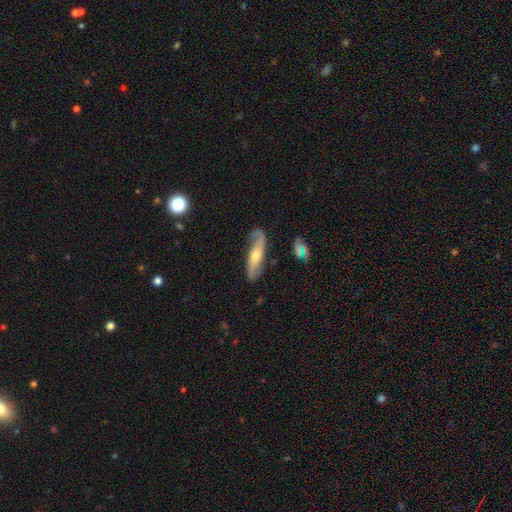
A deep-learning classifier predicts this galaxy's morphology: Overall: featured or disk (67%). Edge-on disk: no (72%). Merging: none (73%).